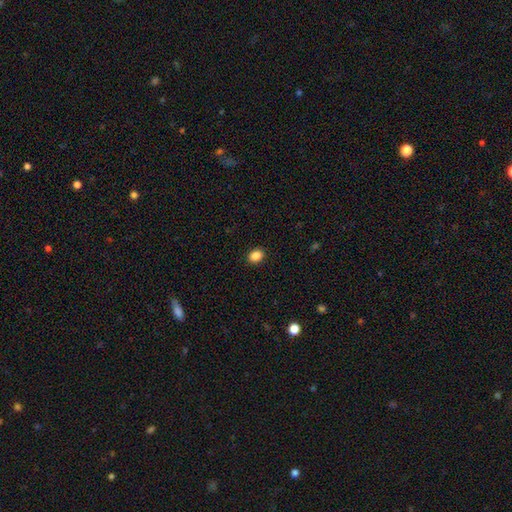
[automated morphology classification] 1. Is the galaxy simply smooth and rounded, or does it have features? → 87% smooth, 10% star or artifact, 3% featured or disk.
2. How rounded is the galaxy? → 53% in between, 46% round, 1% cigar-shaped.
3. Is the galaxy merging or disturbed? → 91% none, 6% minor disturbance, 2% major disturbance, 1% merger.